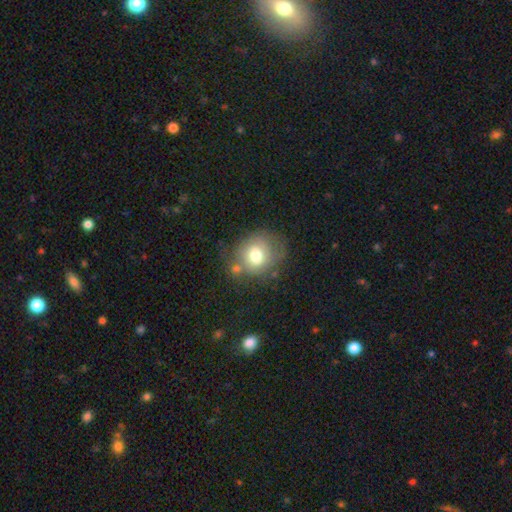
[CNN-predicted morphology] Smooth or featured: smooth — 70% (featured or disk — 20%)
How rounded: round — 68% (in between — 31%)
Merging: none — 58% (minor disturbance — 21%)